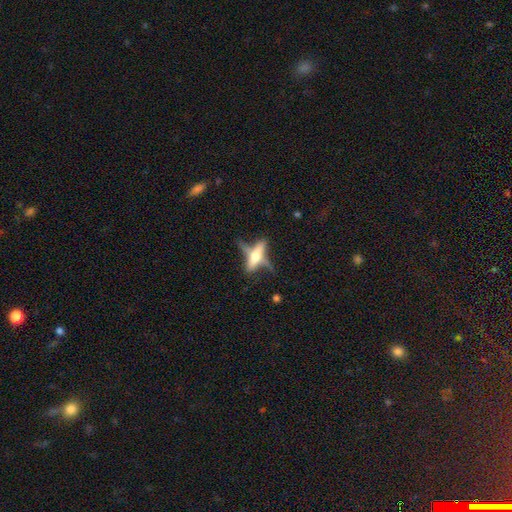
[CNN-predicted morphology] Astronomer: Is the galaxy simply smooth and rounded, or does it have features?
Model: featured or disk — 64%.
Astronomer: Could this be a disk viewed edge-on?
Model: yes — 87%.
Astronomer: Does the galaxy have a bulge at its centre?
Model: rounded — 90%.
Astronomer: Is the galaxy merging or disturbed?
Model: none — 52%.